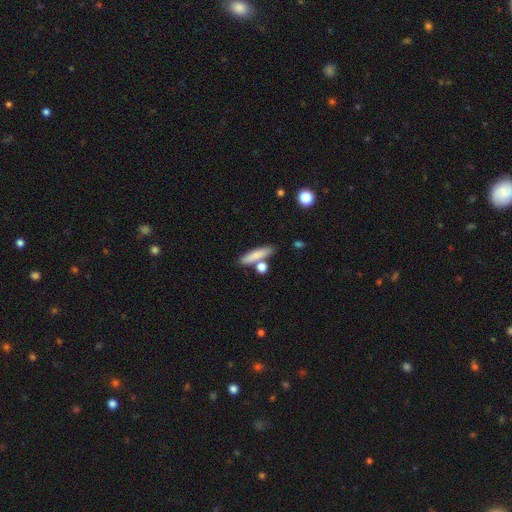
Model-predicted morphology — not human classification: Smooth or featured? smooth (80%)
How rounded? cigar-shaped (69%)
Merging? none (70%)